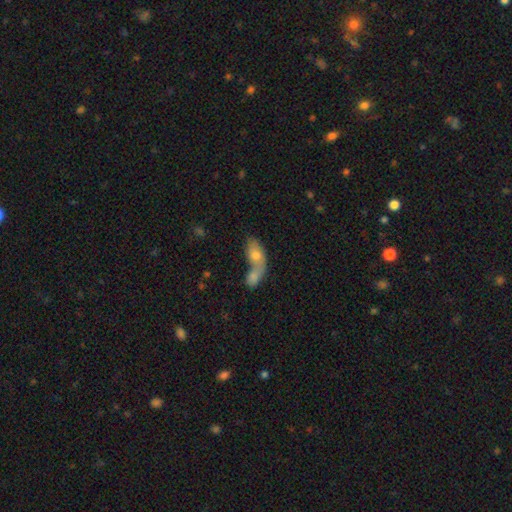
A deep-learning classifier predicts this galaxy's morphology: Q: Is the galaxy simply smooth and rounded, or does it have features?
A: smooth — 68%.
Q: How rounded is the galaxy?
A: in between — 81%.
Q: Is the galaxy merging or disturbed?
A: merger — 75%.